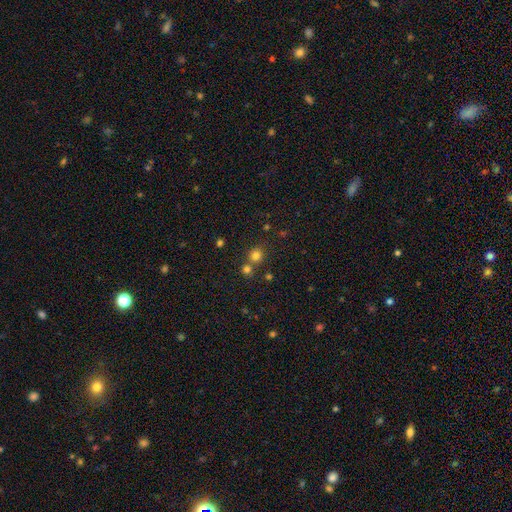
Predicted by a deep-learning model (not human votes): Overall: smooth (77%). How rounded: round (90%). Merging: none (65%; merger 26%).